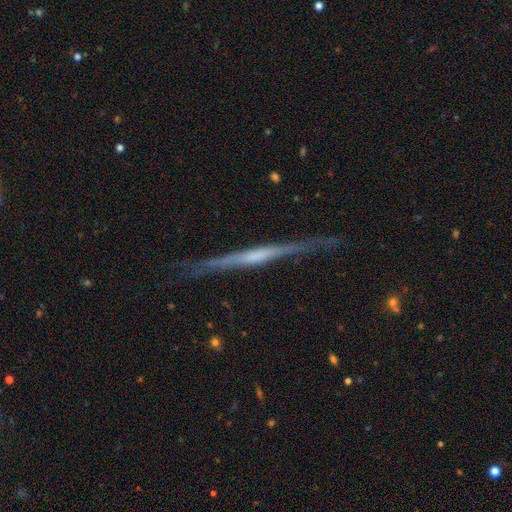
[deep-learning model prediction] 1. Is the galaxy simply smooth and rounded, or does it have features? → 76% featured or disk, 18% smooth, 6% star or artifact.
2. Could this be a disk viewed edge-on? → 98% yes, 2% no.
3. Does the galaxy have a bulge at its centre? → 49% none, 32% rounded, 19% boxy.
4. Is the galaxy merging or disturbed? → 83% none, 13% minor disturbance, 3% major disturbance, 2% merger.